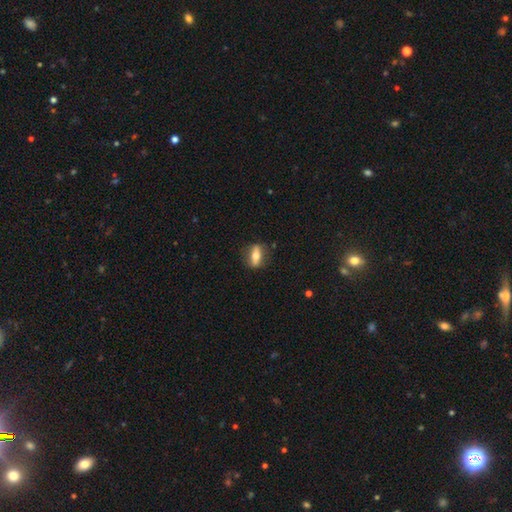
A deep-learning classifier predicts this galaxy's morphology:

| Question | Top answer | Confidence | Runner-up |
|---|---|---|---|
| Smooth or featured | smooth | 47% | featured or disk (46%) |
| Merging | none | 82% | minor disturbance (12%) |